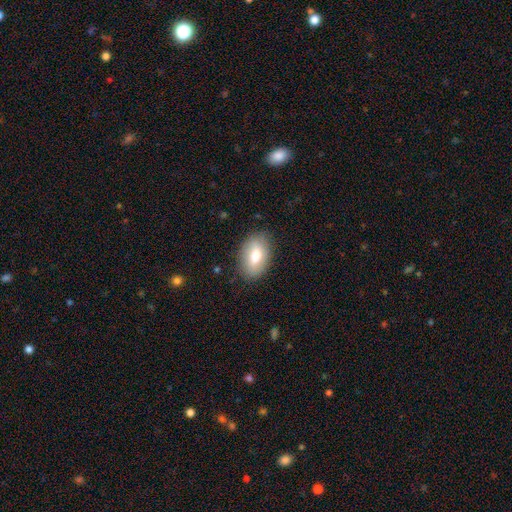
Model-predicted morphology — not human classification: smooth_or_featured: smooth (p=0.76) [alt: featured or disk p=0.17]
how_rounded: in between (p=0.92) [alt: round p=0.07]
merging: none (p=0.84) [alt: minor disturbance p=0.12]